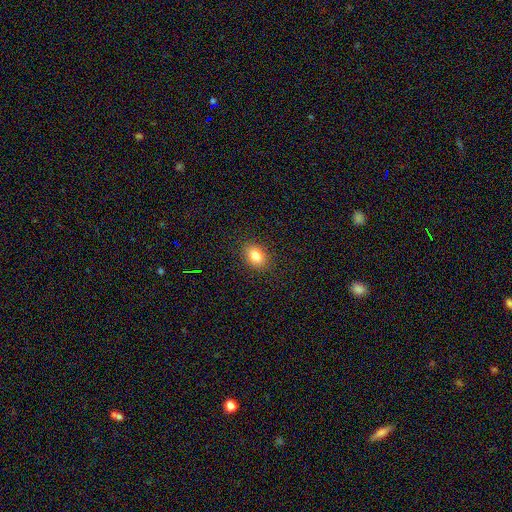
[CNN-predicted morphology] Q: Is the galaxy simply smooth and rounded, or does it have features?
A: smooth — 82%.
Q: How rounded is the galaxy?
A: in between — 72%.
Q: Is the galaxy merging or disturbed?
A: none — 89%.